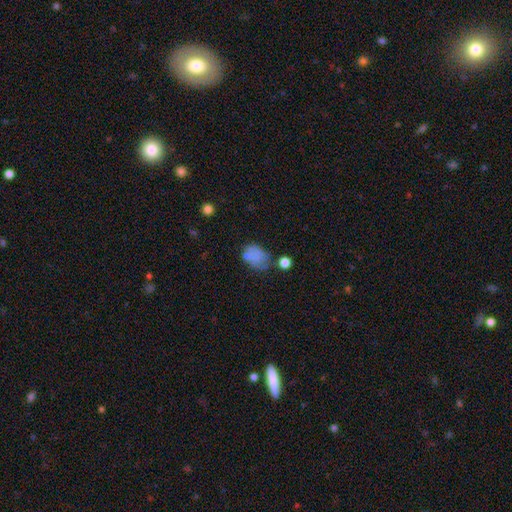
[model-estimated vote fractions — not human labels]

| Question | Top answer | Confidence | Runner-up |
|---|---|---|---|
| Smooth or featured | smooth | 74% | featured or disk (14%) |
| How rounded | in between | 71% | round (27%) |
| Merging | none | 42% | minor disturbance (29%) |